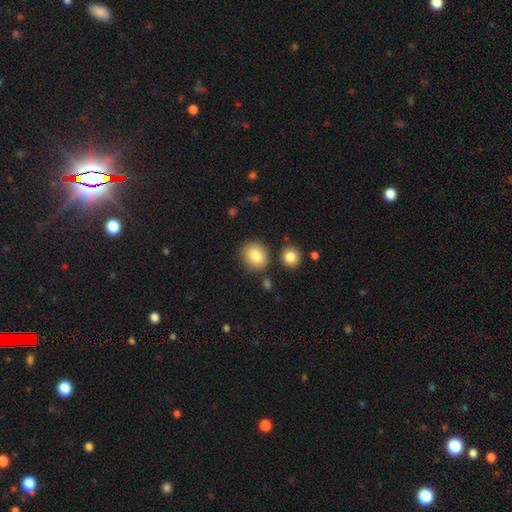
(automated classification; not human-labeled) The model was most divided on "how rounded": round: 72%, in between: 27%, cigar-shaped: 1%. More confident: smooth or featured — smooth (83%); merging — none (80%).